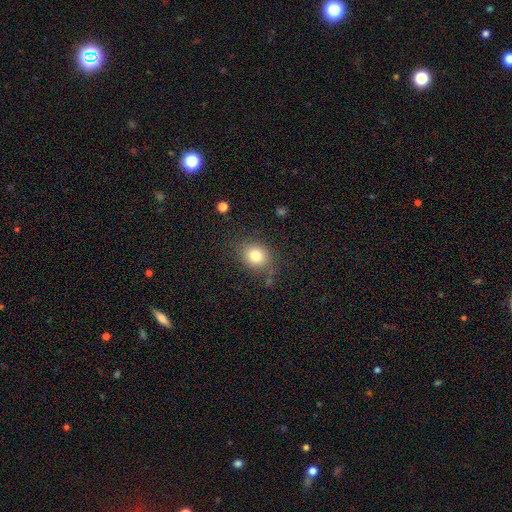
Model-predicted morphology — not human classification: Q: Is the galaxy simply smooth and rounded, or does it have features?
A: smooth — 80%.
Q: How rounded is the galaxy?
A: round — 59%.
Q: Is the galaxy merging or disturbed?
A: none — 79%.